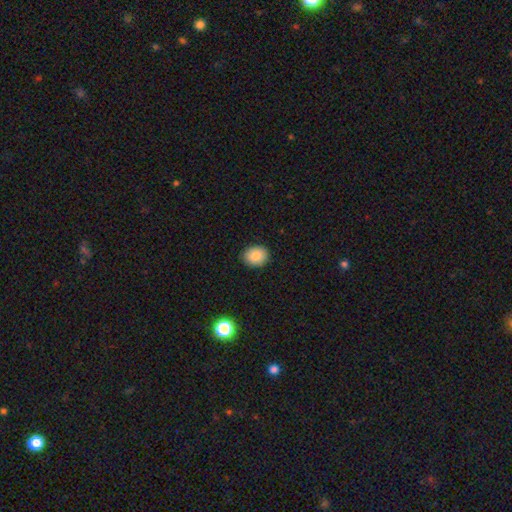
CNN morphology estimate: smooth-or-featured: smooth: 85% | star or artifact: 9% | featured or disk: 6%
  how-rounded: round: 56% | in between: 43% | cigar-shaped: 1%
  merging: none: 89% | minor disturbance: 8% | major disturbance: 2% | merger: 1%